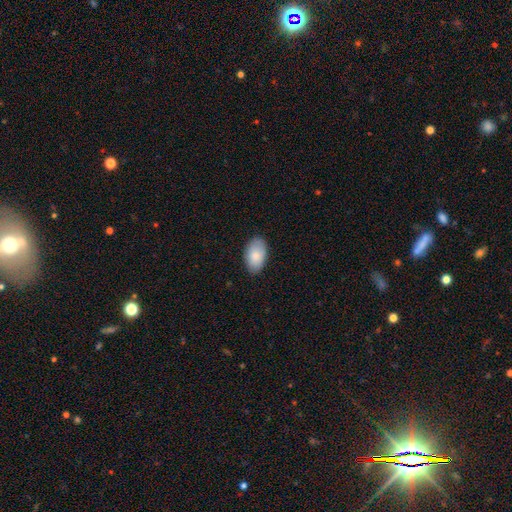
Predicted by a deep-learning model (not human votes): Smooth or featured? smooth (85%)
How rounded? in between (95%)
Merging? none (84%)